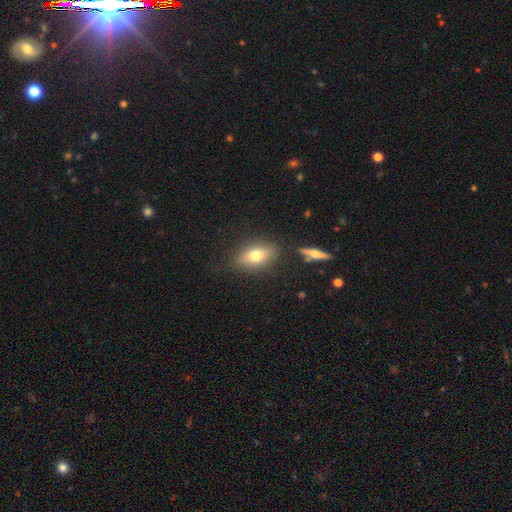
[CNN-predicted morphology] This appears to be a smooth galaxy with no disk features (73%) that is in between round and cigar-shaped (82%). Merging: none (81%).